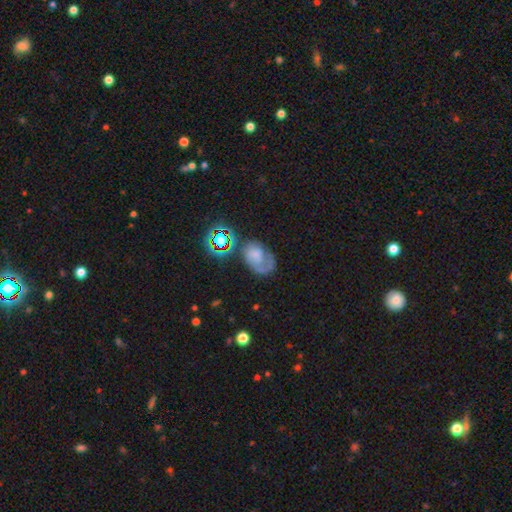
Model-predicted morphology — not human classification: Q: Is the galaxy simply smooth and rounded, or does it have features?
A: featured or disk — 42%.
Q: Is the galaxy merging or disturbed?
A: none — 44%.